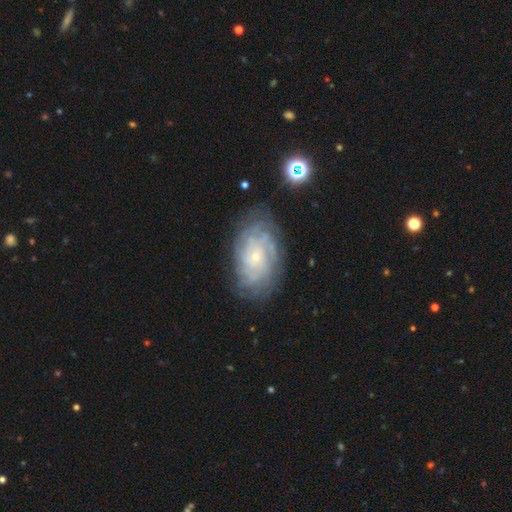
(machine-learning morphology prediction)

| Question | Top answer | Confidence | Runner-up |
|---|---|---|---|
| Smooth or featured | featured or disk | 72% | smooth (18%) |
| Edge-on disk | no | 95% | yes (5%) |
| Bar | no | 76% | weak (20%) |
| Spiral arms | yes | 91% | no (9%) |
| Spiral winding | tight | 71% | medium (22%) |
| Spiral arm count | can't tell | 49% | more than 4 (15%) |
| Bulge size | small | 77% | moderate (18%) |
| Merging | none | 79% | minor disturbance (14%) |